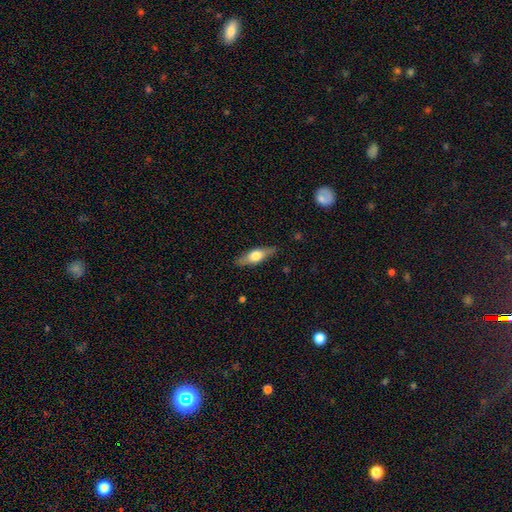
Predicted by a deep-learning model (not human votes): Smooth or featured? smooth (52%)
How rounded? in between (53%)
Merging? none (84%)